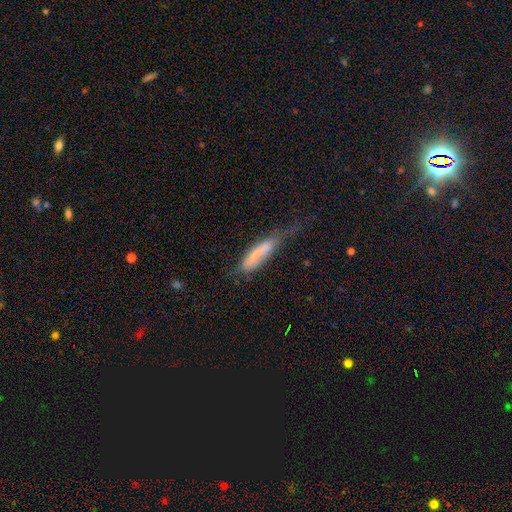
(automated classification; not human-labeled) Smooth or featured: smooth — 70% (featured or disk — 23%)
How rounded: cigar-shaped — 76% (in between — 22%)
Merging: minor disturbance — 37% (major disturbance — 30%)